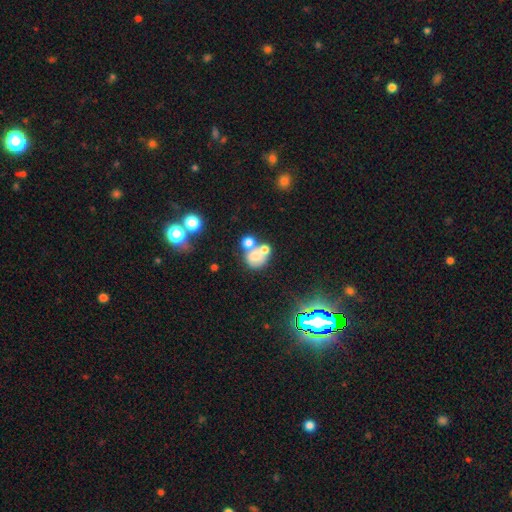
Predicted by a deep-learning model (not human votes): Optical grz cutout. It shows a smooth galaxy with no disk features (59%) that is round (67%). Merging: merger (51%).